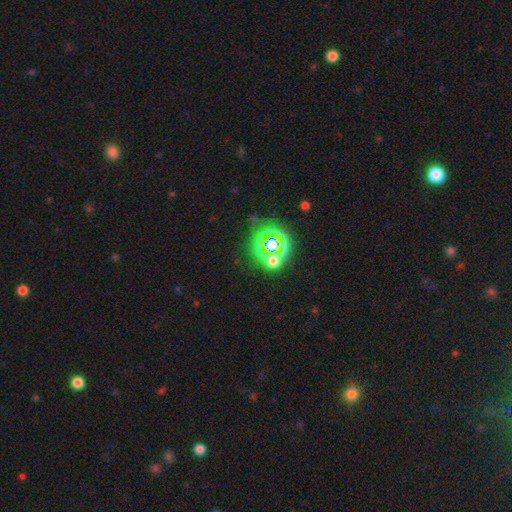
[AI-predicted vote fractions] This appears to be a star or artifact, not a galaxy (73%).